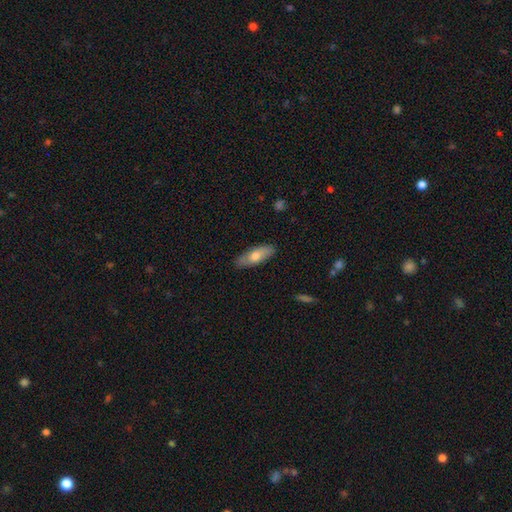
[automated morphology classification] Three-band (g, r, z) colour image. It shows a smooth galaxy with no disk features (68%) that is in between round and cigar-shaped (64%). Merging: none (87%).